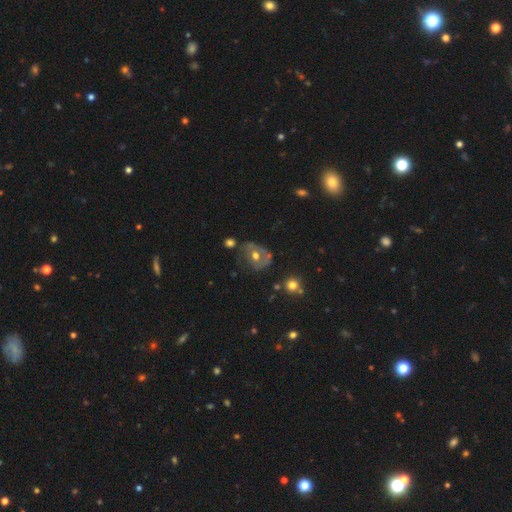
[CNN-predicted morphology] A featured or disk galaxy (48%).

Vote fractions:
- Smooth or featured? featured or disk: 48% / smooth: 42% / star or artifact: 10%
- Merging? none: 46% / minor disturbance: 27% / major disturbance: 19% / merger: 7%